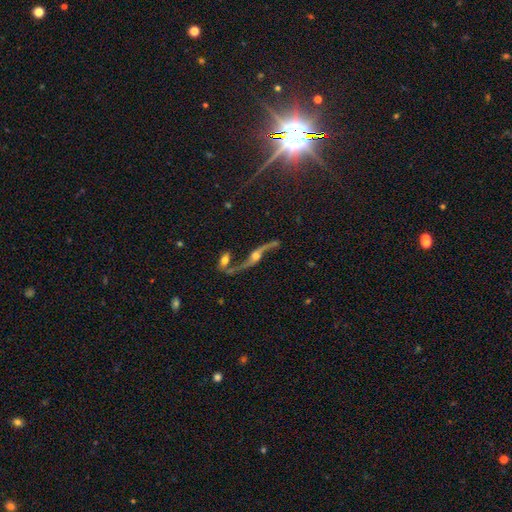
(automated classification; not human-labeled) Smooth or featured? Predicted: featured or disk (p=0.85). Edge-on disk? Predicted: no (p=0.73). Bar? Predicted: no (p=0.65). Spiral arms? Predicted: yes (p=0.92). Spiral winding? Predicted: loose (p=0.94). Spiral arm count? Predicted: 2 (p=0.93). Bulge size? Predicted: moderate (p=0.56). Merging? Predicted: none (p=0.50).